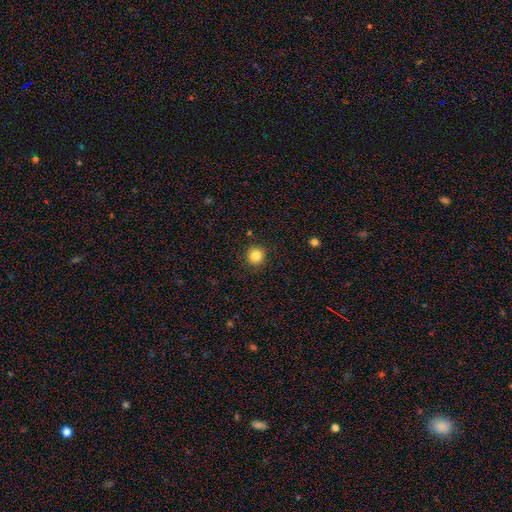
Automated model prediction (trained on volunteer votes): Smooth or featured? smooth (84%)
How rounded? round (95%)
Merging? none (92%)